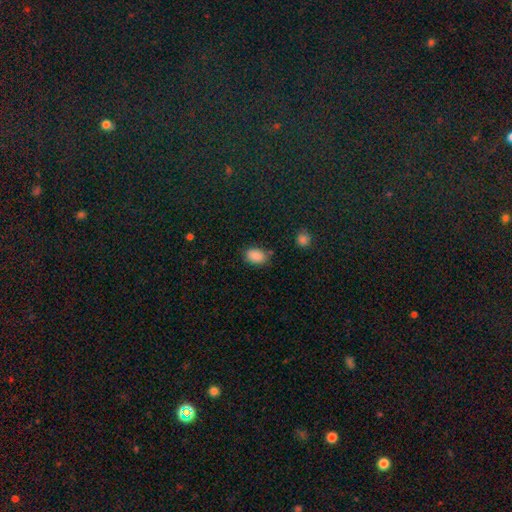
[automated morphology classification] smooth 88%, star or artifact 9%, featured or disk 4%. Down the decision tree: how rounded — in between (83%); merging — none (72%).